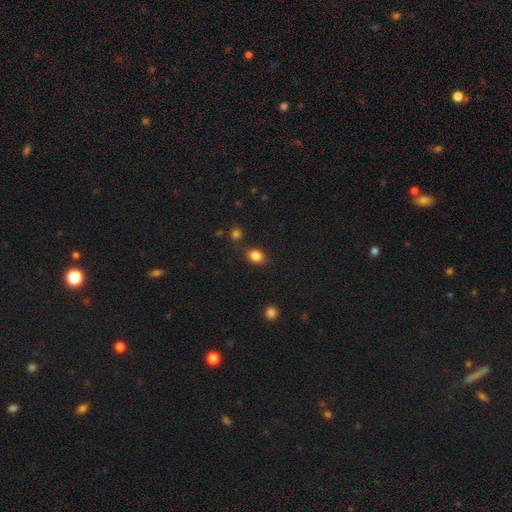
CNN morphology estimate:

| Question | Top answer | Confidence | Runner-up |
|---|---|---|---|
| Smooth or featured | smooth | 85% | star or artifact (10%) |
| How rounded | in between | 60% | round (39%) |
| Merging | none | 82% | minor disturbance (11%) |